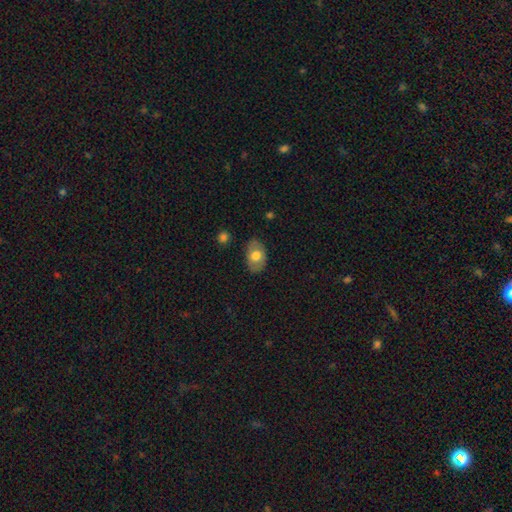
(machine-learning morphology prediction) Smooth or featured? Predicted: smooth (p=0.69). How rounded? Predicted: in between (p=0.86). Merging? Predicted: none (p=0.81).